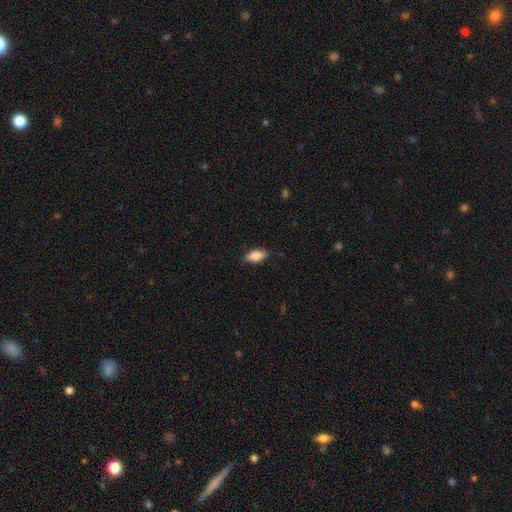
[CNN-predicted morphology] smooth 83%, featured or disk 10%, star or artifact 7%. Down the decision tree: how rounded — in between (86%); merging — none (83%).